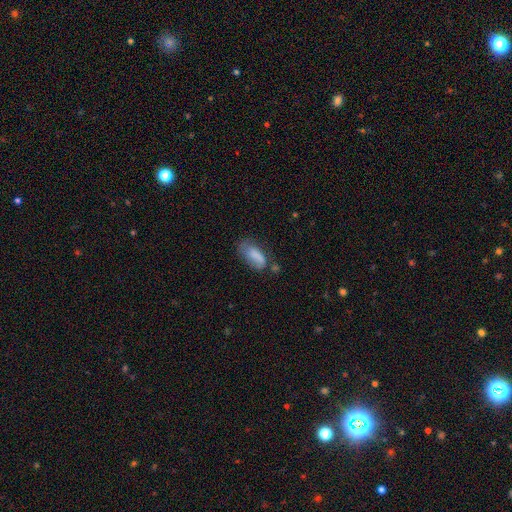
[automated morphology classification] Overall: smooth (74%). How rounded: in between (88%). Merging: none (42%; minor disturbance 31%).